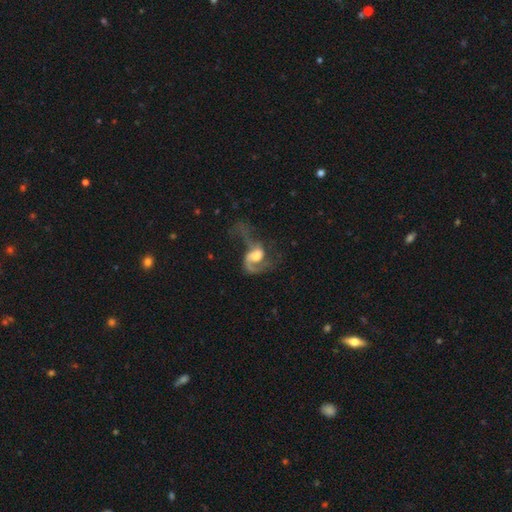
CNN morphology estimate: Smooth or featured? Predicted: featured or disk (p=0.74). Edge-on disk? Predicted: no (p=0.97). Bar? Predicted: no (p=0.56). Spiral arms? Predicted: yes (p=0.86). Spiral winding? Predicted: loose (p=0.57). Spiral arm count? Predicted: 2 (p=0.46). Bulge size? Predicted: moderate (p=0.38, tied with large). Merging? Predicted: major disturbance (p=0.58).